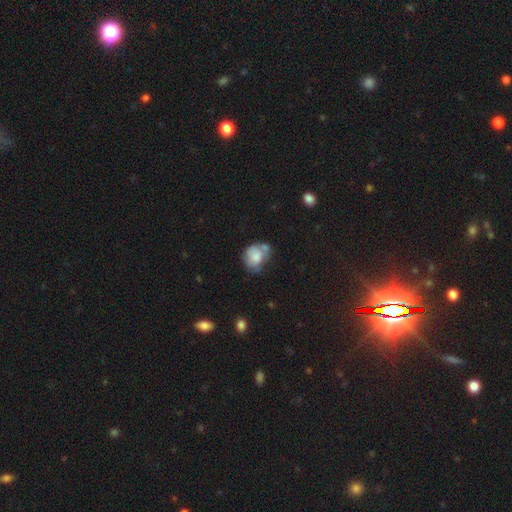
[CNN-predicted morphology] Smooth or featured? smooth (73%)
How rounded? round (55%)
Merging? none (34%)